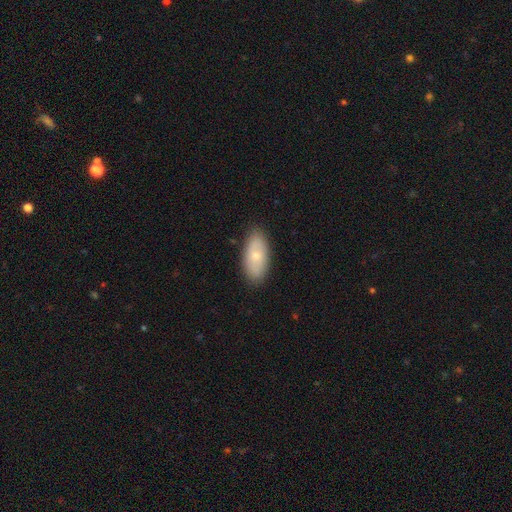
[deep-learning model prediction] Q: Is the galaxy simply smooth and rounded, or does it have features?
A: smooth — 69%.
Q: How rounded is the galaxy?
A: in between — 90%.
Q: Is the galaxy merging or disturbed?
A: none — 86%.